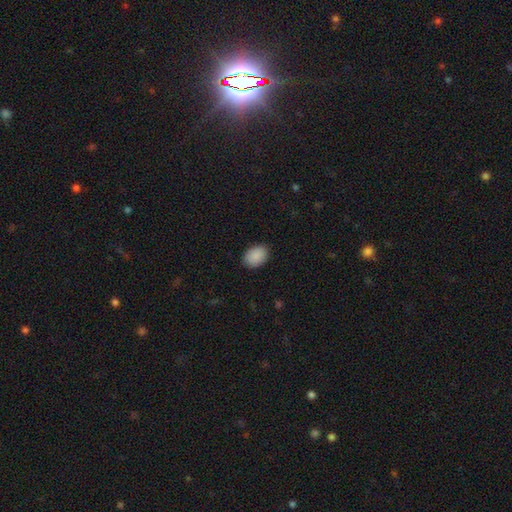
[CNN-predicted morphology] smooth-or-featured: smooth: 91% | star or artifact: 7% | featured or disk: 3%
  how-rounded: in between: 79% | round: 20% | cigar-shaped: 1%
  merging: none: 88% | minor disturbance: 9% | major disturbance: 2% | merger: 1%